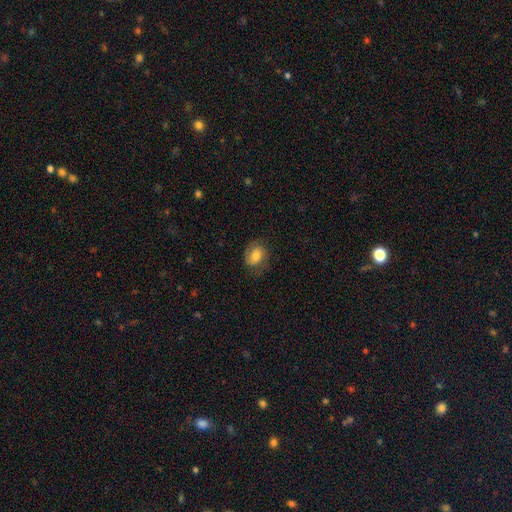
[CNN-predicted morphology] smooth_or_featured: featured or disk (p=0.46) [tied with: smooth p=0.46]
merging: none (p=0.70) [alt: minor disturbance p=0.20]